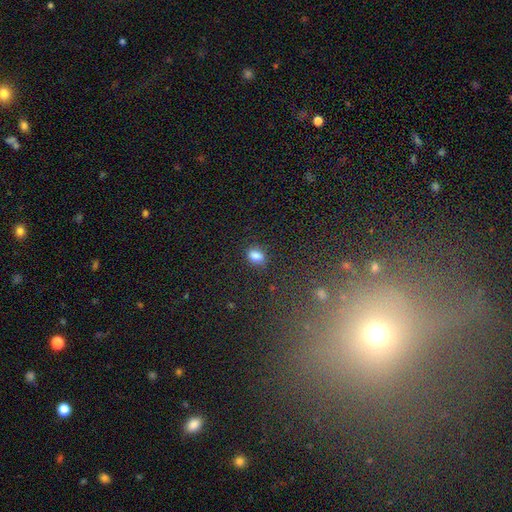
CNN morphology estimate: A smooth galaxy with no disk features (82%) that is in between round and cigar-shaped (76%). Merging: none (78%).